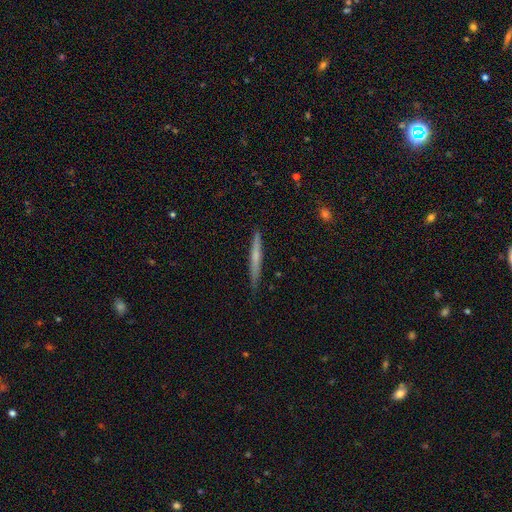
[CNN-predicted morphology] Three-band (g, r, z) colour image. It shows a featured or disk galaxy (48%). Merging: none (88%).